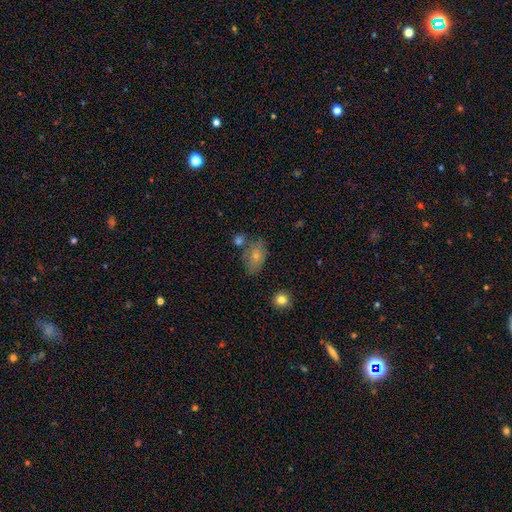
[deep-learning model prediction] Overall: smooth (72%). How rounded: in between (83%). Merging: none (59%; minor disturbance 21%).